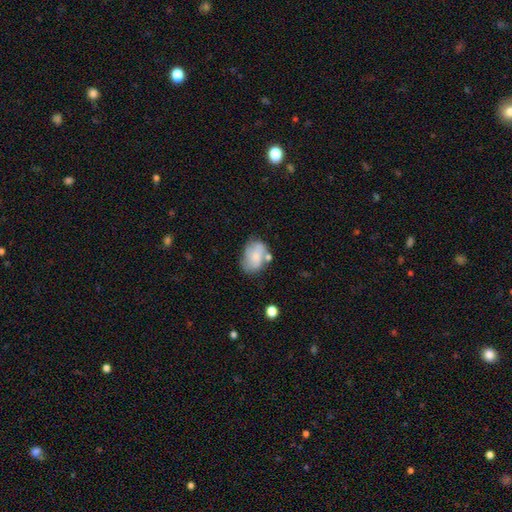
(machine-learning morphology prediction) Smooth or featured: smooth — 64% (featured or disk — 28%)
How rounded: in between — 75% (round — 24%)
Merging: none — 48% (minor disturbance — 26%)